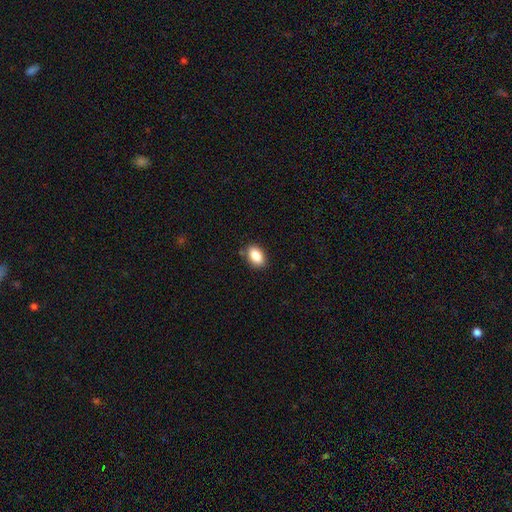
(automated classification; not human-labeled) This is clearly a smooth galaxy (87%). How rounded: clearly in between (89%). Merging: clearly none (85%).